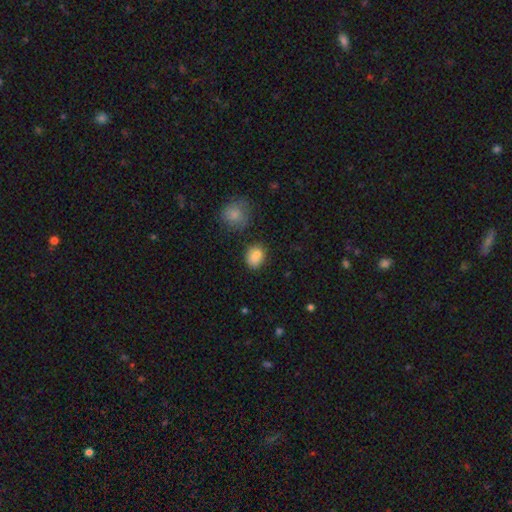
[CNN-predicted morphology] The model was most divided on "how rounded": in between: 52%, round: 47%, cigar-shaped: 1%. More confident: smooth or featured — smooth (83%); merging — none (69%).